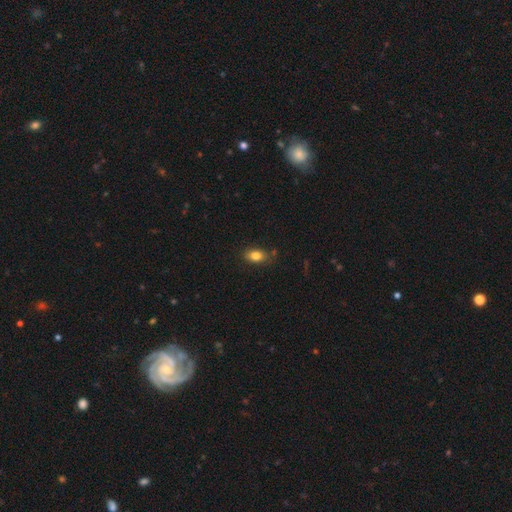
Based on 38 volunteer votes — A smooth galaxy with no disk features (82%) that is in between round and cigar-shaped (94%).

Vote fractions:
- Smooth or featured? smooth: 82% / featured or disk: 13% / star or artifact: 5%
- How rounded? in between: 94% / round: 3% / cigar-shaped: 3%
- Merging? none: 83% / minor disturbance: 17% / major disturbance: 0% / merger: 0%